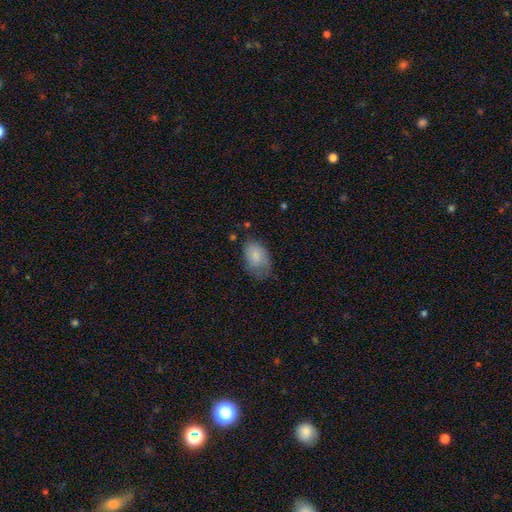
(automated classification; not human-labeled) The model was most divided on "merging": none: 48%, minor disturbance: 34%, major disturbance: 15%, merger: 2%. More confident: how rounded — in between (88%); smooth or featured — smooth (78%).